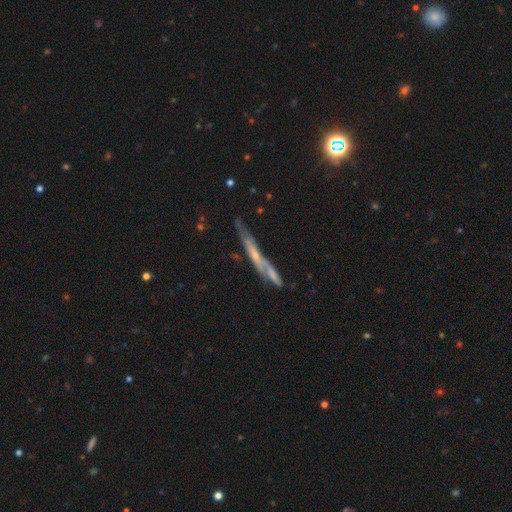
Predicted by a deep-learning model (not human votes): The model was most divided on "smooth or featured": featured or disk: 57%, smooth: 31%, star or artifact: 12%. More confident: edge-on disk — yes (79%); merging — none (57%).